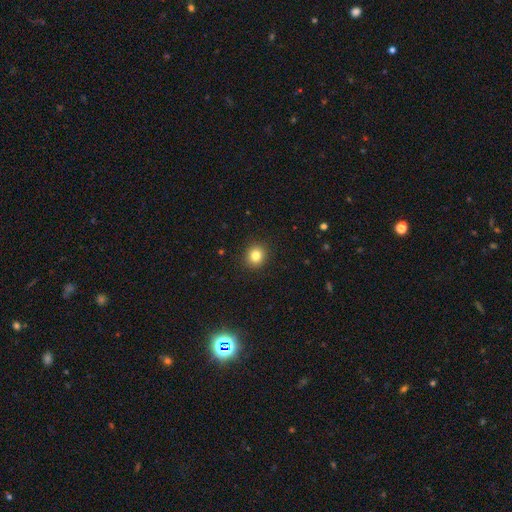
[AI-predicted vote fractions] This appears to be a smooth galaxy with no disk features (82%) that is round (84%). Merging: none (92%).